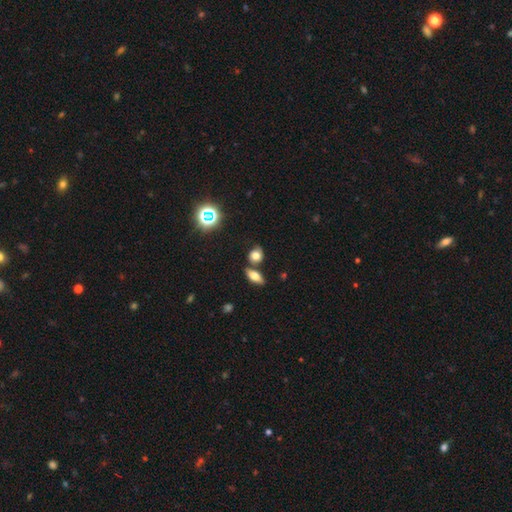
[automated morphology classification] Smooth or featured? smooth (71%)
How rounded? round (59%)
Merging? none (63%)